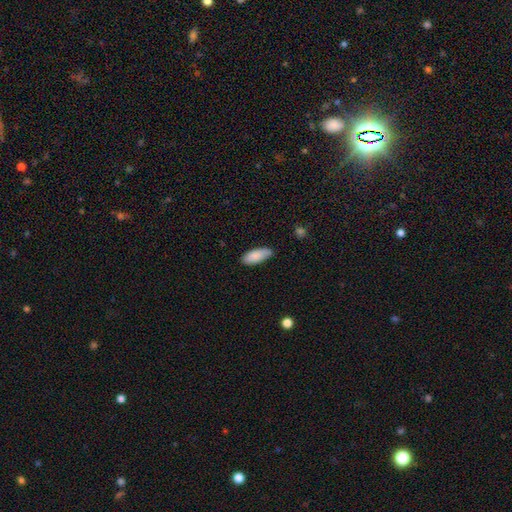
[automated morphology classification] Smooth or featured? Predicted: smooth (p=0.87). How rounded? Predicted: in between (p=0.80). Merging? Predicted: none (p=0.74).